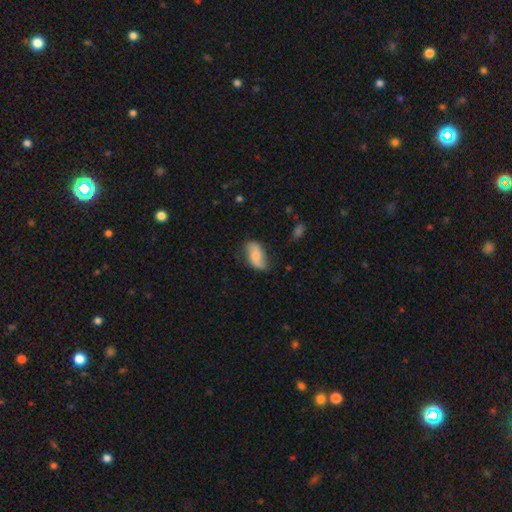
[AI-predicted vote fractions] smooth 56%, featured or disk 37%, star or artifact 7%. Down the decision tree: how rounded — in between (92%); merging — none (63%).